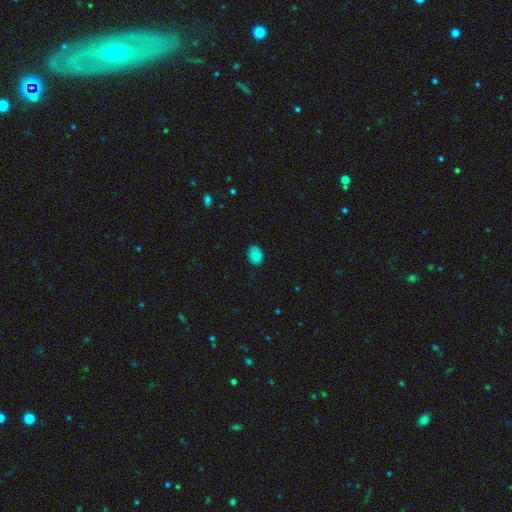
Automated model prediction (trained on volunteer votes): Smooth or featured: smooth — 84% (star or artifact — 10%)
How rounded: in between — 70% (round — 29%)
Merging: none — 81% (minor disturbance — 16%)